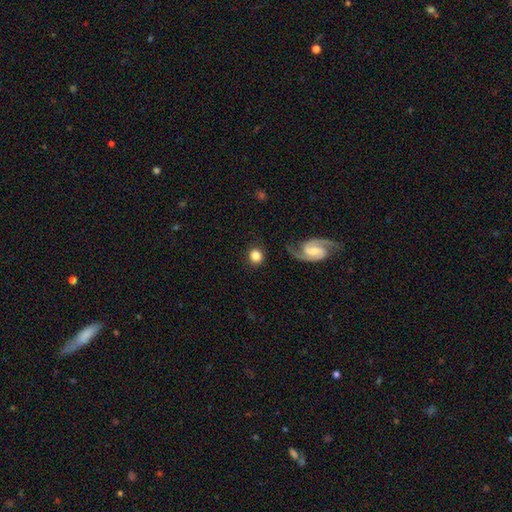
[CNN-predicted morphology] Smooth or featured: smooth — 75% (featured or disk — 17%)
How rounded: round — 89% (in between — 9%)
Merging: none — 85% (minor disturbance — 8%)